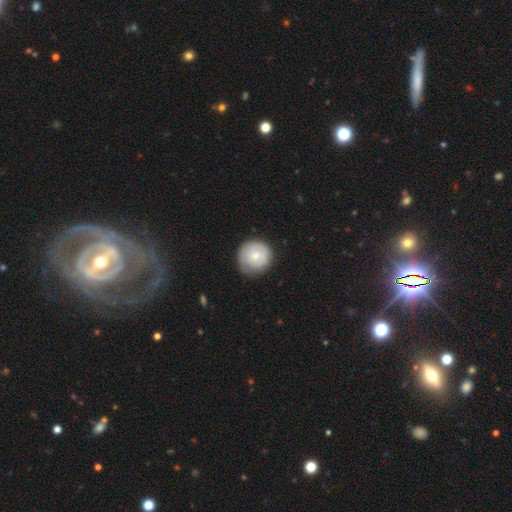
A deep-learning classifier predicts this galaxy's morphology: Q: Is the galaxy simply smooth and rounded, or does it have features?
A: smooth — 64%.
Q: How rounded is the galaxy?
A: round — 92%.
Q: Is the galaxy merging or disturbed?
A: none — 76%.